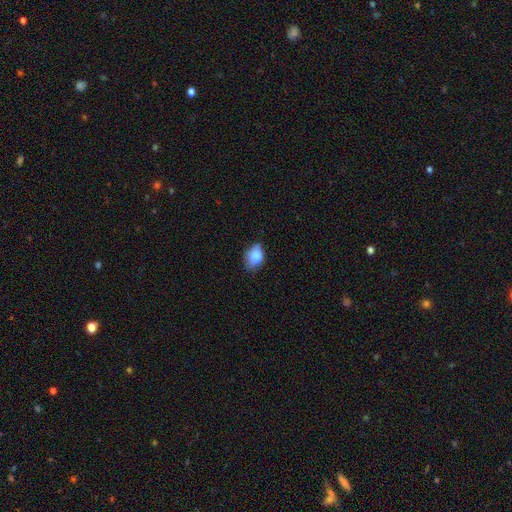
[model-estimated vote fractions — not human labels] The model was most divided on "merging": none: 56%, minor disturbance: 35%, major disturbance: 7%, merger: 2%. More confident: smooth or featured — smooth (83%); how rounded — in between (79%).